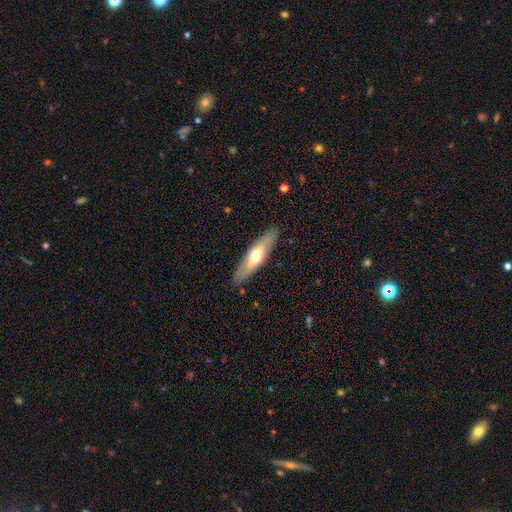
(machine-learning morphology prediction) smooth-or-featured: smooth: 52% | featured or disk: 43% | star or artifact: 5%
  how-rounded: cigar-shaped: 71% | in between: 28% | round: 2%
  merging: none: 87% | minor disturbance: 9% | major disturbance: 2% | merger: 1%